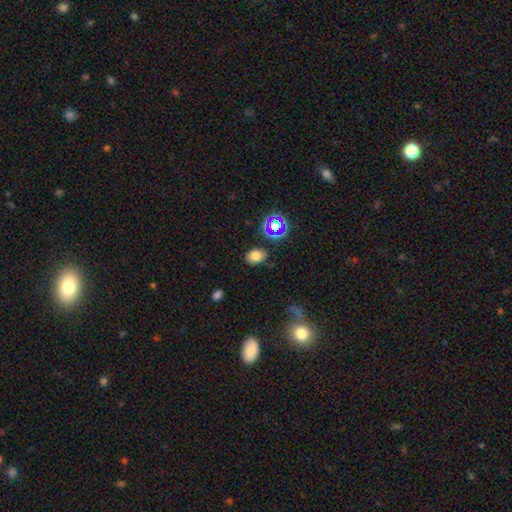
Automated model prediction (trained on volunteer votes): A smooth galaxy with no disk features (75%) that is in between round and cigar-shaped (71%).

Vote fractions:
- Smooth or featured? smooth: 75% / star or artifact: 17% / featured or disk: 8%
- How rounded? in between: 71% / round: 28% / cigar-shaped: 1%
- Merging? none: 78% / minor disturbance: 14% / major disturbance: 4% / merger: 3%